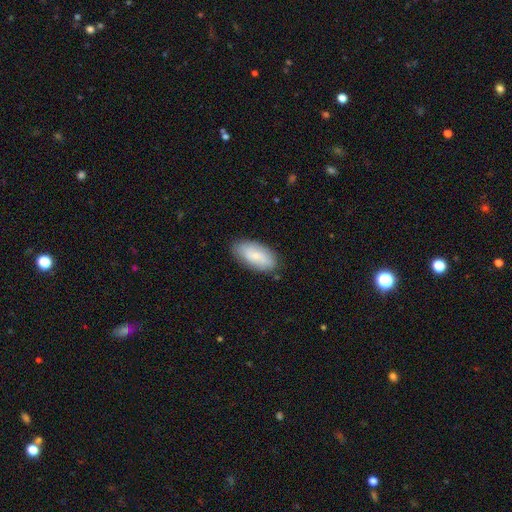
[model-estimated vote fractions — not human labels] smooth_or_featured: smooth (p=0.73) [alt: featured or disk p=0.20]
how_rounded: in between (p=0.92) [alt: cigar-shaped p=0.05]
merging: none (p=0.81) [alt: minor disturbance p=0.15]